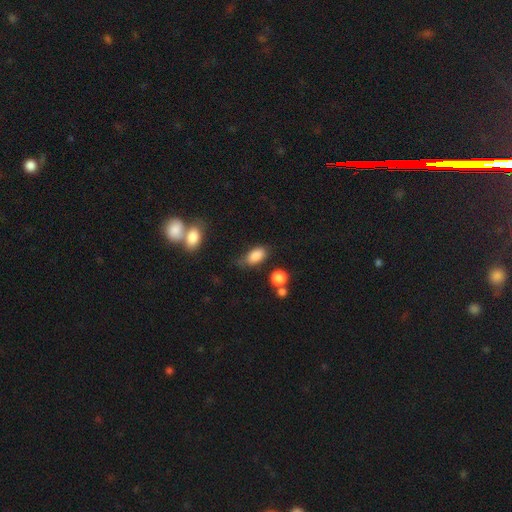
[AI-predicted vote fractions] Overall: smooth (85%). How rounded: in between (89%). Merging: none (56%; minor disturbance 30%).